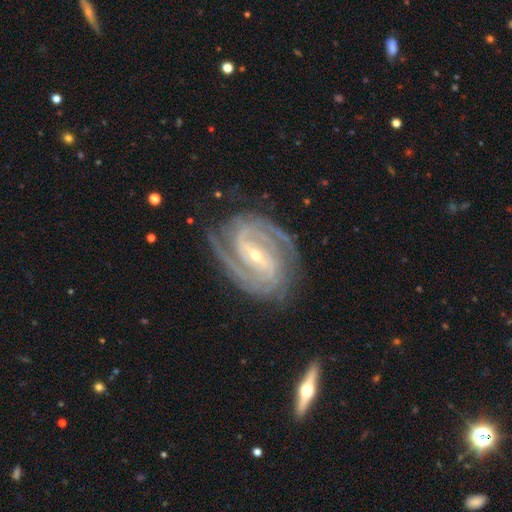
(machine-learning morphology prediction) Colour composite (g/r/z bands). It shows a featured or disk galaxy (93%) with a strong bar (47%), 2 (38%) tight (67%) spiral arms (98%) and a small central bulge (67%). Merging: none (77%).